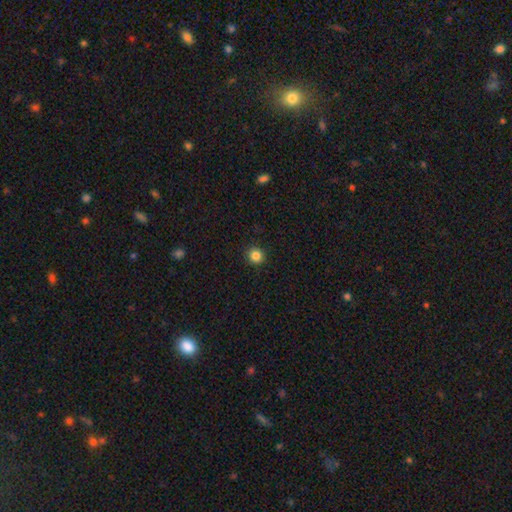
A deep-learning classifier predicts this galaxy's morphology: Smooth or featured?
  - smooth: 84% *
  - star or artifact: 11%
  - featured or disk: 4%
How rounded?
  - round: 94% *
  - in between: 5%
  - cigar-shaped: 1%
Merging?
  - none: 92% *
  - minor disturbance: 5%
  - major disturbance: 2%
  - merger: 1%